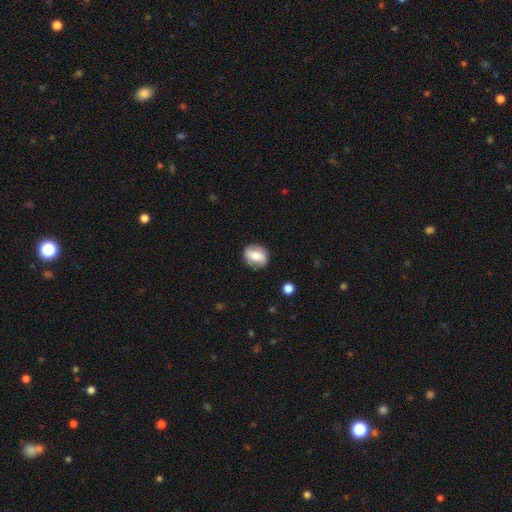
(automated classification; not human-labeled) Smooth or featured? smooth (55%)
How rounded? round (54%)
Merging? none (82%)